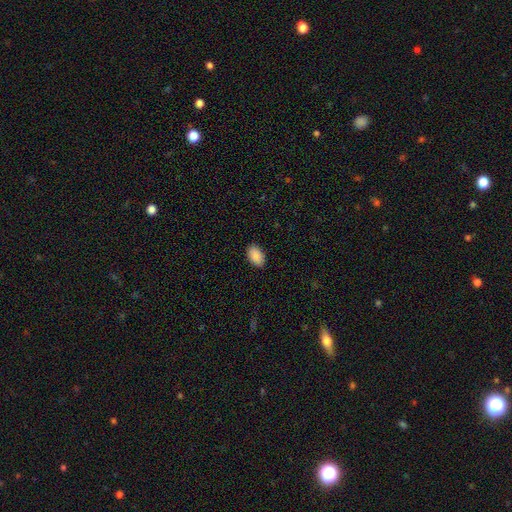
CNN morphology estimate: The model was most divided on "merging": none: 89%, minor disturbance: 8%, major disturbance: 2%, merger: 1%. More confident: how rounded — in between (93%); smooth or featured — smooth (90%).